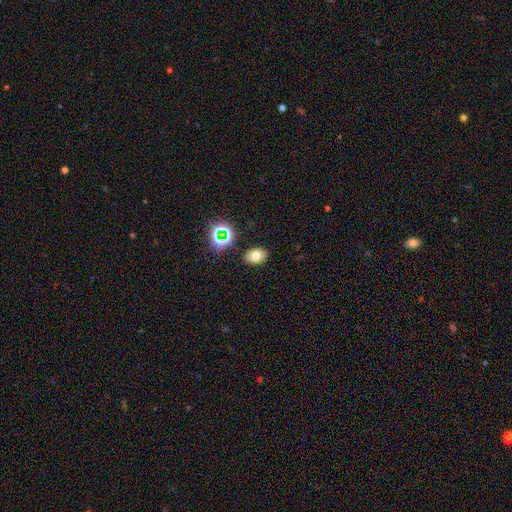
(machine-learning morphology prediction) Overall: smooth (70%). How rounded: in between (76%). Merging: none (86%).